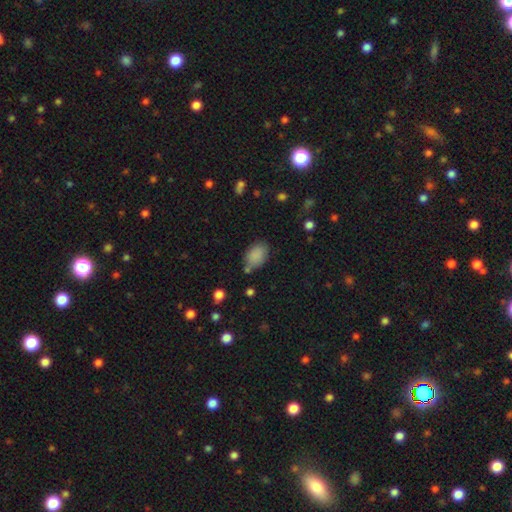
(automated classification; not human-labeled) The model was most divided on "merging": none: 66%, minor disturbance: 21%, merger: 7%, major disturbance: 6%. More confident: smooth or featured — smooth (86%); how rounded — in between (84%).